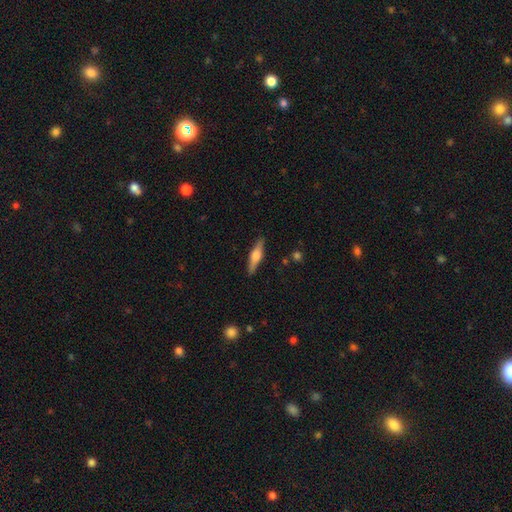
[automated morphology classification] Q: Smooth or featured?
A: featured or disk (61%); runner-up: smooth (33%)
Q: Edge-on disk?
A: yes (96%); runner-up: no (4%)
Q: Edge-on bulge?
A: rounded (87%); runner-up: boxy (10%)
Q: Merging?
A: none (89%); runner-up: minor disturbance (8%)